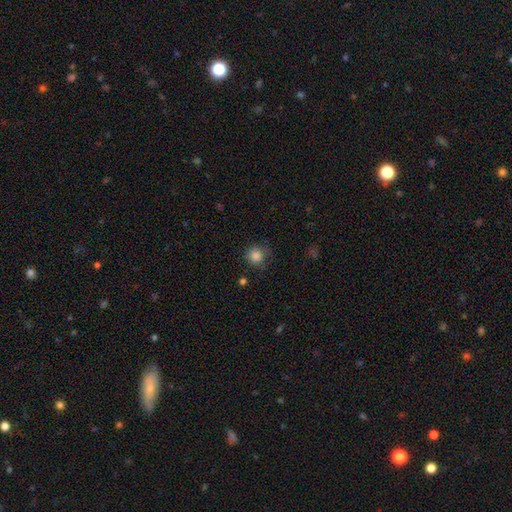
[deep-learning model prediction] Smooth or featured: smooth — 85% (star or artifact — 11%)
How rounded: round — 91% (in between — 8%)
Merging: none — 75% (minor disturbance — 18%)